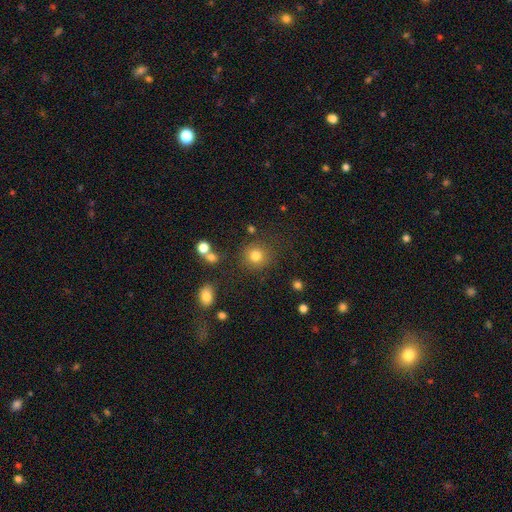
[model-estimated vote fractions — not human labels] Overall: smooth (80%). How rounded: round (91%). Merging: none (84%).